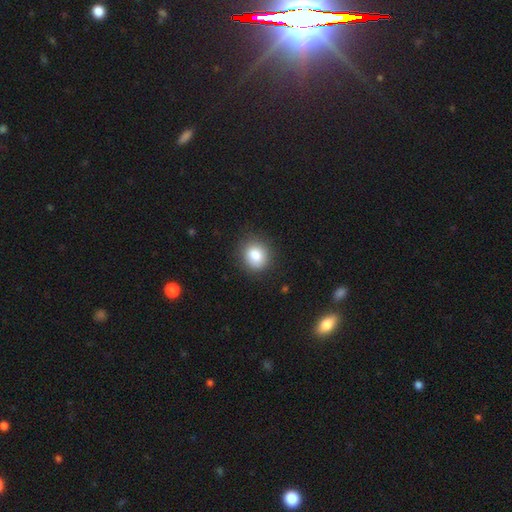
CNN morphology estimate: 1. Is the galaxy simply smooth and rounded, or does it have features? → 83% smooth, 10% star or artifact, 7% featured or disk.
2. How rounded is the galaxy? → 78% round, 21% in between, 1% cigar-shaped.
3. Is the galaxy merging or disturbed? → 88% none, 9% minor disturbance, 2% major disturbance, 1% merger.